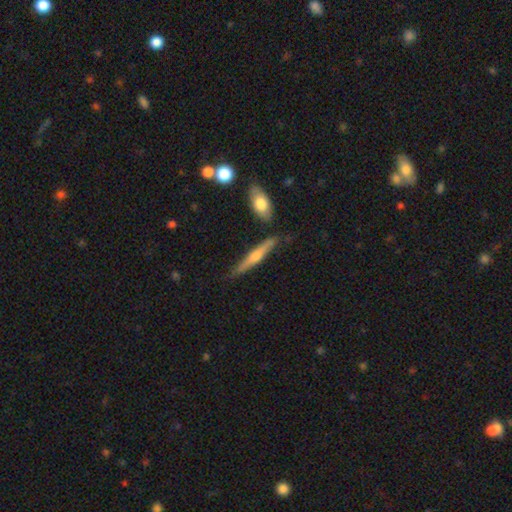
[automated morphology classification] A featured or disk galaxy (51%) viewed edge-on (94%).

Vote fractions:
- Smooth or featured? featured or disk: 51% / smooth: 43% / star or artifact: 6%
- Edge-on disk? yes: 94% / no: 6%
- Merging? none: 78% / minor disturbance: 14% / merger: 6% / major disturbance: 3%